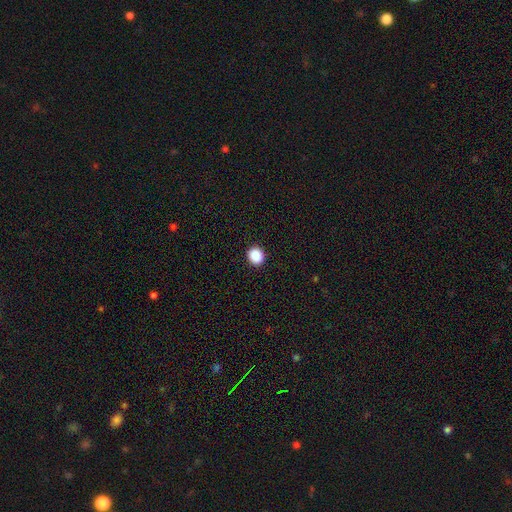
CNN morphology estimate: type=smooth (88%); roundness=round (82%); merging=none (93%).